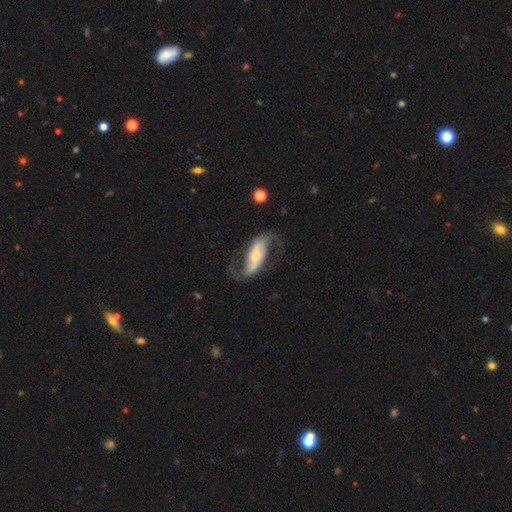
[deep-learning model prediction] smooth-or-featured: featured or disk: 82% | smooth: 12% | star or artifact: 5%
  disk-edge-on: no: 92% | yes: 8%
    bar: strong: 43% | no: 30% | weak: 28%
    has-spiral-arms: yes: 93% | no: 7%
      spiral-winding: loose: 69% | medium: 24% | tight: 7%
      spiral-arm-count: 2: 92% | can't tell: 3% | 1: 3% | 3: 1% | 4: 1% | more than 4: 1%
    bulge-size: small: 48% | moderate: 44% | large: 4% | none: 2% | dominant: 2%
  merging: none: 69% | minor disturbance: 16% | major disturbance: 13% | merger: 2%